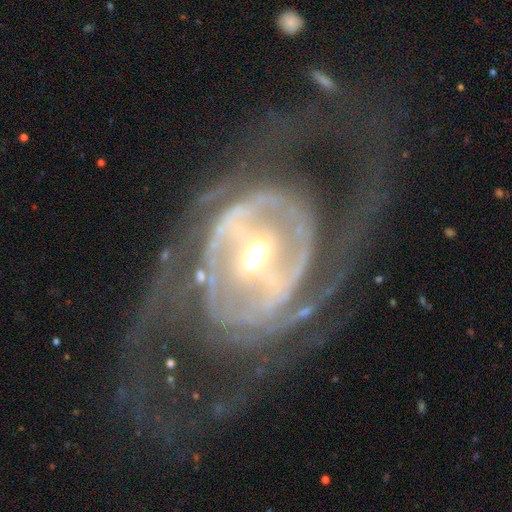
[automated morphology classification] Q: Smooth or featured?
A: featured or disk (88%); runner-up: smooth (7%)
Q: Edge-on disk?
A: no (95%); runner-up: yes (5%)
Q: Bar?
A: strong (49%); runner-up: weak (33%)
Q: Spiral arms?
A: yes (83%); runner-up: no (17%)
Q: Spiral winding?
A: tight (39%); runner-up: medium (37%)
Q: Spiral arm count?
A: 2 (53%); runner-up: can't tell (22%)
Q: Bulge size?
A: moderate (58%); runner-up: small (32%)
Q: Merging?
A: none (51%); runner-up: major disturbance (33%)